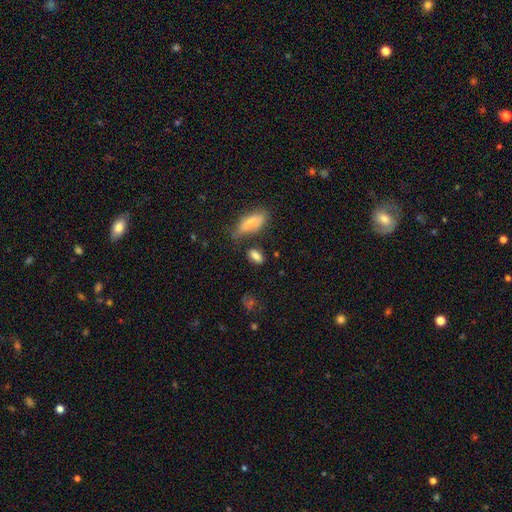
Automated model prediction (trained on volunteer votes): Smooth or featured: smooth — 80% (featured or disk — 10%)
How rounded: in between — 86% (cigar-shaped — 8%)
Merging: none — 70% (minor disturbance — 18%)